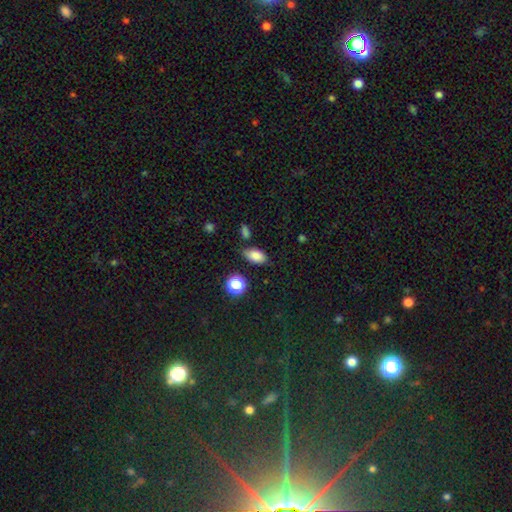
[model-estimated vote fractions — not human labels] Smooth or featured: smooth — 82% (star or artifact — 12%)
How rounded: in between — 88% (round — 8%)
Merging: none — 74% (minor disturbance — 17%)